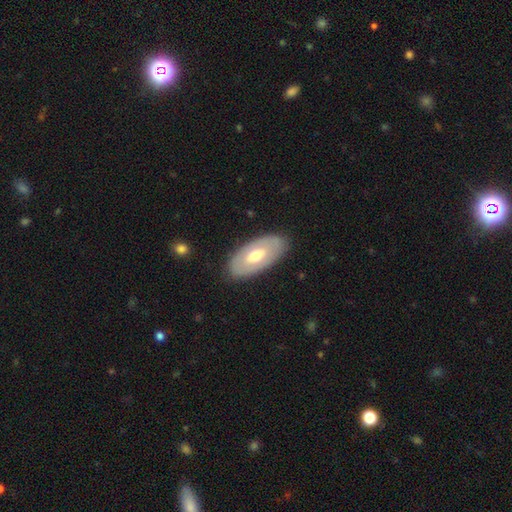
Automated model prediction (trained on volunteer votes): smooth 49%, featured or disk 46%, star or artifact 5%. Down the decision tree: merging — none (86%).